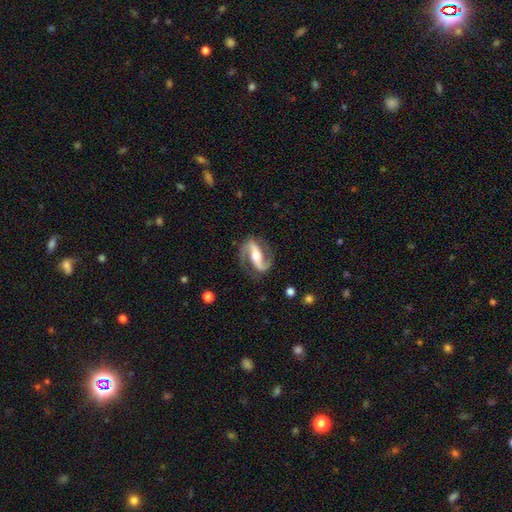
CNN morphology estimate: smooth-or-featured: featured or disk: 89% | smooth: 6% | star or artifact: 4%
  disk-edge-on: no: 96% | yes: 4%
    bar: strong: 52% | weak: 27% | no: 21%
    has-spiral-arms: yes: 97% | no: 3%
      spiral-winding: medium: 50% | loose: 33% | tight: 18%
      spiral-arm-count: 2: 93% | 1: 3% | can't tell: 2% | 3: 1% | 4: 1% | more than 4: 1%
    bulge-size: moderate: 61% | small: 21% | large: 14% | none: 3% | dominant: 2%
  merging: none: 80% | minor disturbance: 12% | major disturbance: 6% | merger: 1%